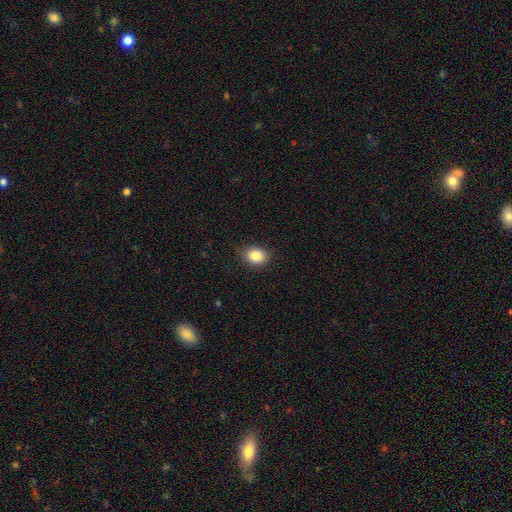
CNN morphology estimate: type=smooth (86%); roundness=in between (51%); merging=none (78%).